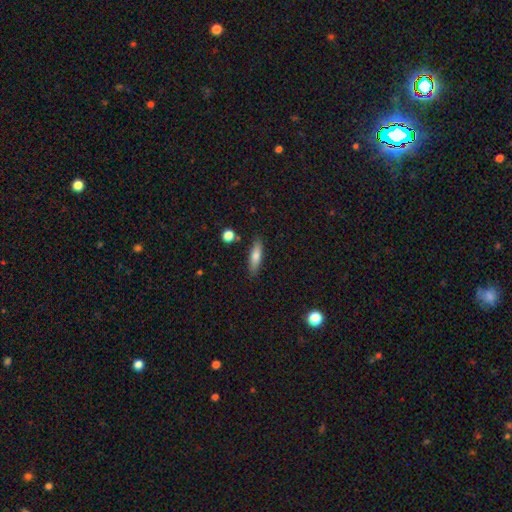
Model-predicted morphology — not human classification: smooth-or-featured: smooth: 70% | featured or disk: 23% | star or artifact: 7%
  how-rounded: cigar-shaped: 66% | in between: 31% | round: 2%
  merging: none: 85% | minor disturbance: 10% | merger: 3% | major disturbance: 2%